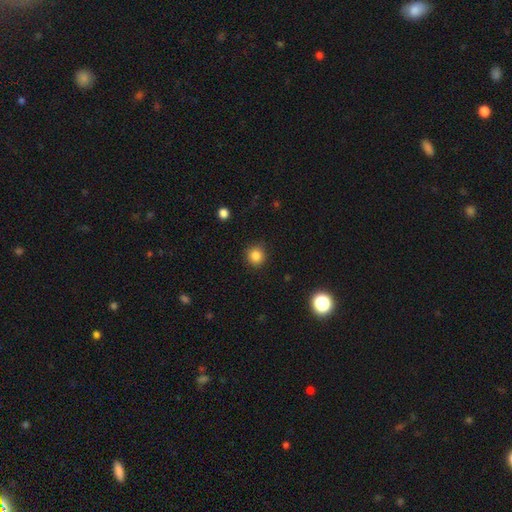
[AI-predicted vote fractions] This appears to be a smooth galaxy with no disk features (84%) that is round (92%). Merging: none (88%).